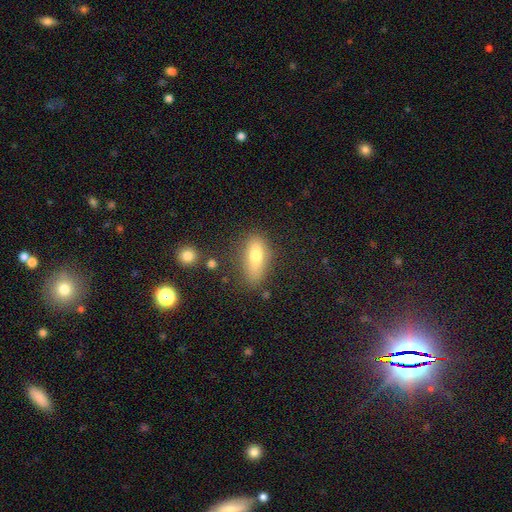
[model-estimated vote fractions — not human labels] Overall: smooth (71%). How rounded: in between (75%). Merging: none (70%).